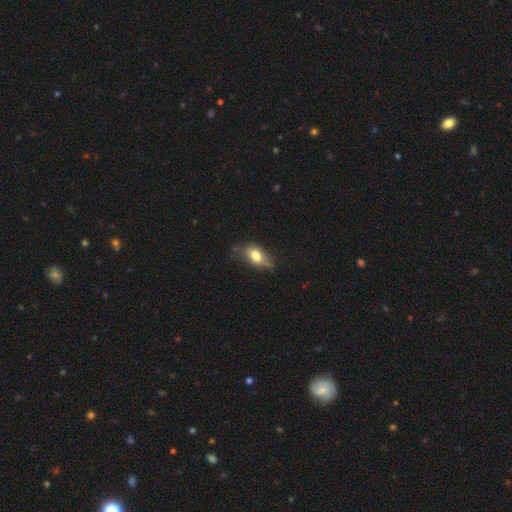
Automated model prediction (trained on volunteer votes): smooth 65%, featured or disk 26%, star or artifact 9%. Down the decision tree: how rounded — in between (81%); merging — none (51%).